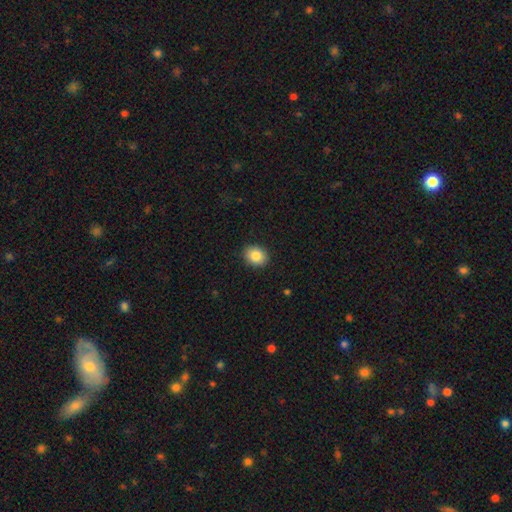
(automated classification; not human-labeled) smooth-or-featured: smooth: 84% | star or artifact: 9% | featured or disk: 7%
  how-rounded: round: 52% | in between: 47% | cigar-shaped: 1%
  merging: none: 90% | minor disturbance: 7% | major disturbance: 2% | merger: 1%